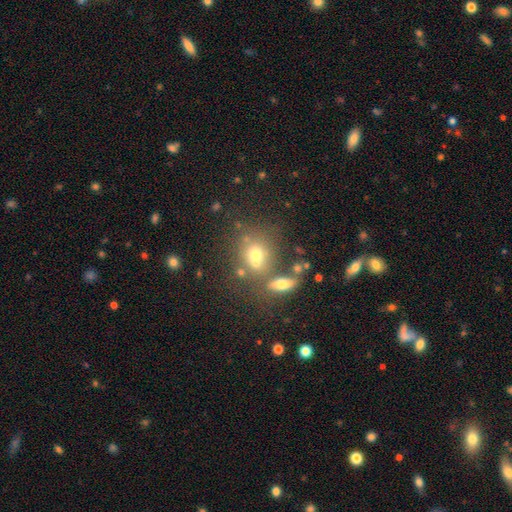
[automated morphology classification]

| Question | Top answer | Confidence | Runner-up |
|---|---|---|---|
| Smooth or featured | smooth | 64% | featured or disk (19%) |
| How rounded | round | 60% | in between (37%) |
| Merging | none | 46% | merger (35%) |